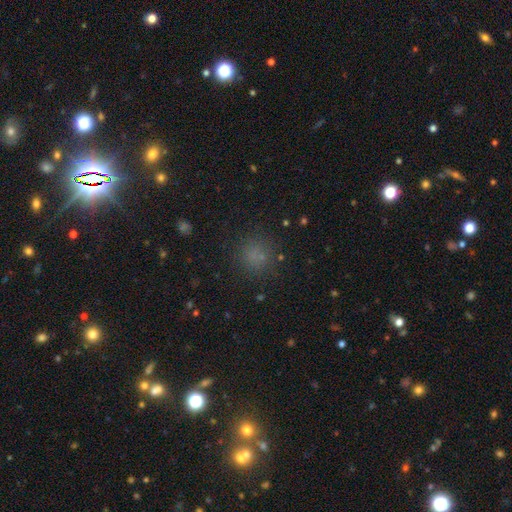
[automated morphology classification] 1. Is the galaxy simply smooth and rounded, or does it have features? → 71% smooth, 23% star or artifact, 6% featured or disk.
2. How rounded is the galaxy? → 89% round, 10% in between, 1% cigar-shaped.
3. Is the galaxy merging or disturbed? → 83% none, 10% minor disturbance, 5% major disturbance, 2% merger.